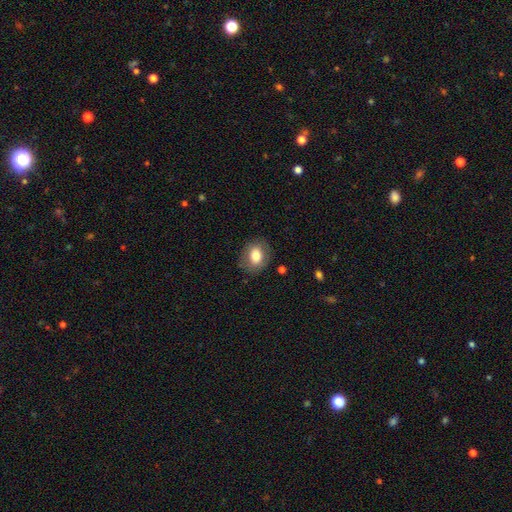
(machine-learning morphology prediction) This is likely a smooth galaxy (77%). How rounded: possibly in between (55%). Merging: clearly none (82%).